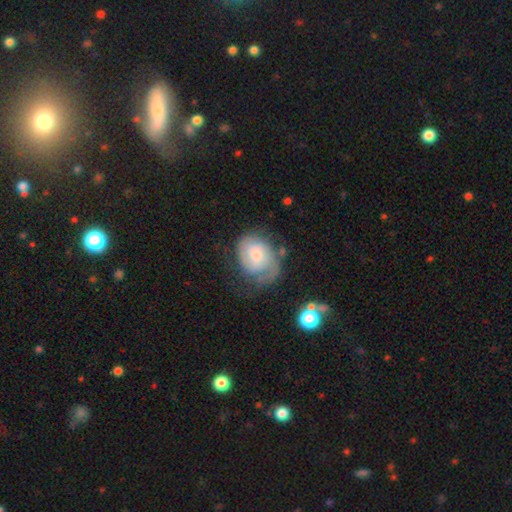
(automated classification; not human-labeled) Smooth or featured? featured or disk (63%)
Edge-on disk? no (97%)
Bar? no (63%)
Spiral arms? yes (88%)
Spiral winding? tight (50%)
Spiral arm count? 2 (50%)
Bulge size? small (44%)
Merging? none (50%)